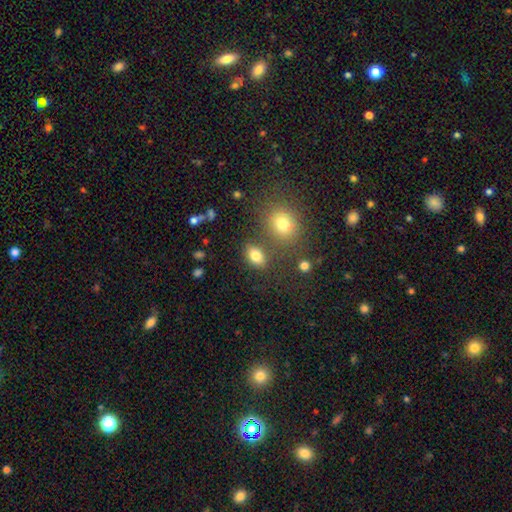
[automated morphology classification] smooth-or-featured: smooth: 81% | star or artifact: 12% | featured or disk: 8%
  how-rounded: in between: 82% | round: 16% | cigar-shaped: 2%
  merging: none: 73% | minor disturbance: 12% | merger: 10% | major disturbance: 5%